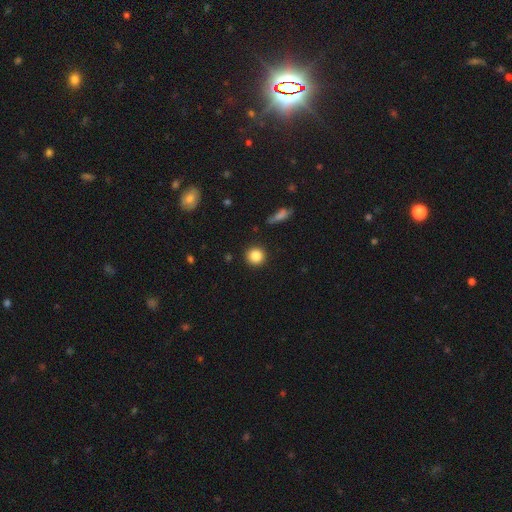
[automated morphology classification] type=smooth (85%); roundness=round (93%); merging=none (91%).